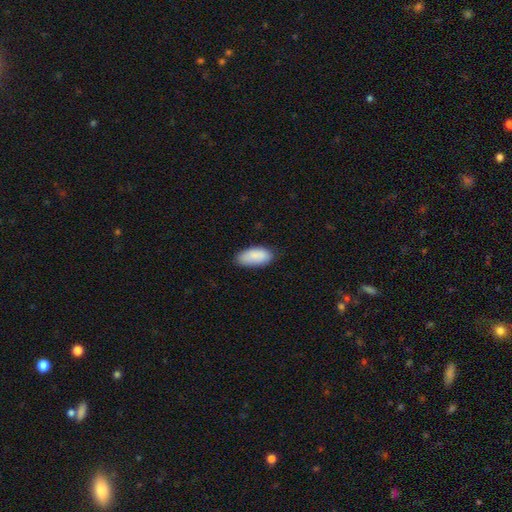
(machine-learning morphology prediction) This is clearly a smooth galaxy (89%). How rounded: clearly in between (92%). Merging: likely none (77%).